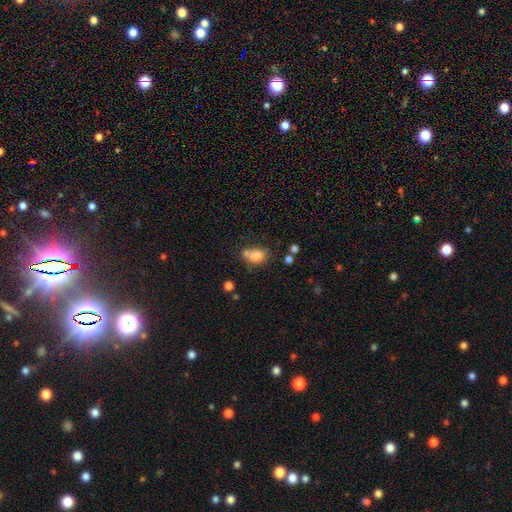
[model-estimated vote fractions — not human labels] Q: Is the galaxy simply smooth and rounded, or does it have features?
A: smooth — 78%.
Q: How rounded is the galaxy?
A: in between — 70%.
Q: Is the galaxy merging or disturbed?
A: none — 48%.